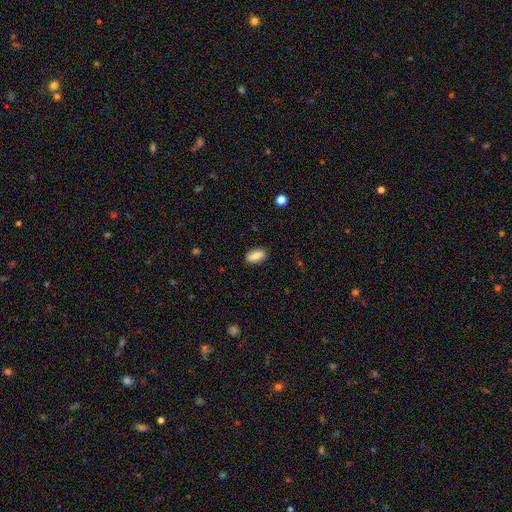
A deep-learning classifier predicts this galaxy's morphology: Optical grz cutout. It shows a smooth galaxy with no disk features (82%) that is in between round and cigar-shaped (89%). Merging: none (86%).